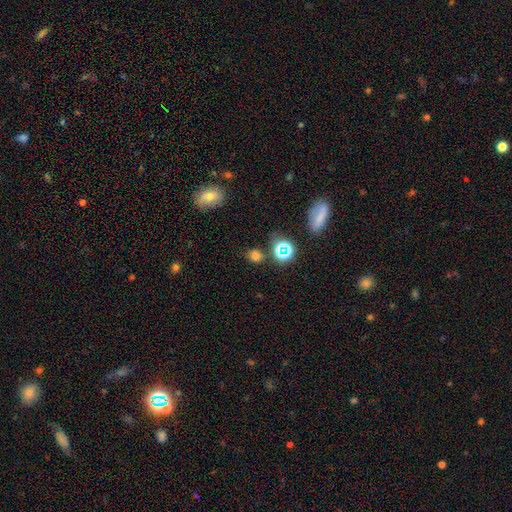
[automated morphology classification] smooth_or_featured: smooth (p=0.69) [alt: star or artifact p=0.25]
how_rounded: round (p=0.65) [alt: in between p=0.33]
merging: none (p=0.77) [alt: minor disturbance p=0.12]